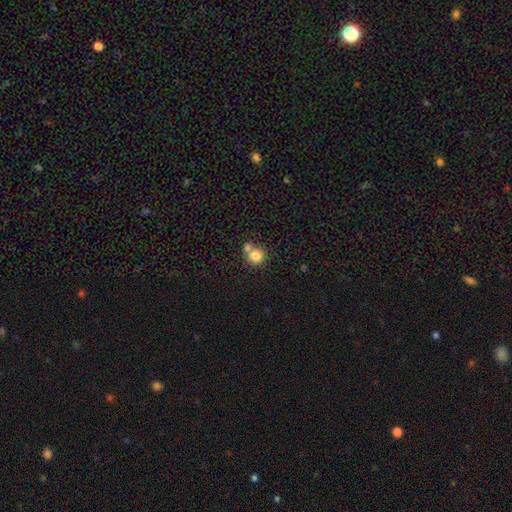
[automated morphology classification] Overall: smooth (79%). How rounded: round (90%). Merging: none (48%; merger 42%).